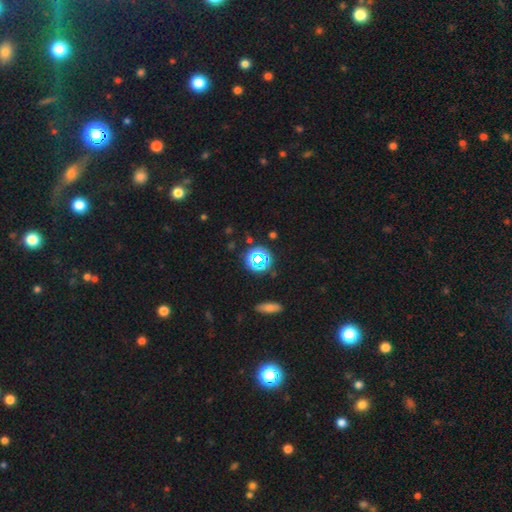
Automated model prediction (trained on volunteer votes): smooth_or_featured: star or artifact (p=0.58) [alt: smooth p=0.30]